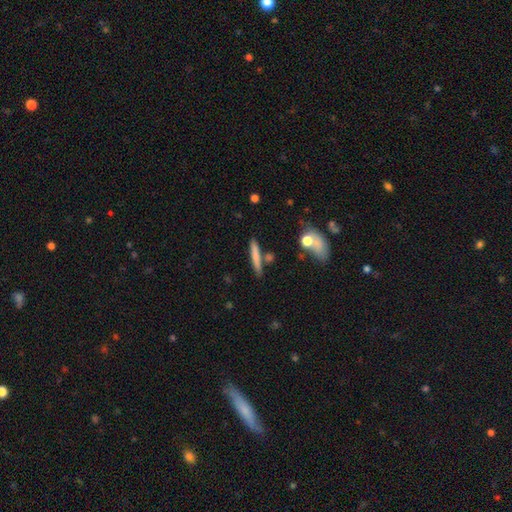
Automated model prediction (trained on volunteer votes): Overall: smooth (73%). How rounded: cigar-shaped (92%). Merging: none (78%).